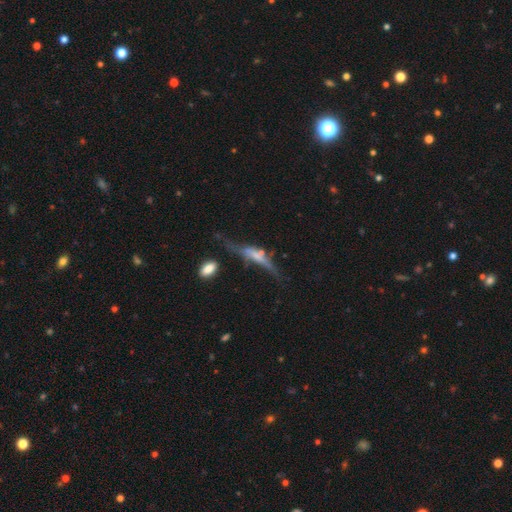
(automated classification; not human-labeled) featured or disk 70%, star or artifact 15%, smooth 15%. Down the decision tree: edge-on disk — yes (81%); edge-on bulge — rounded (75%); merging — none (53%).